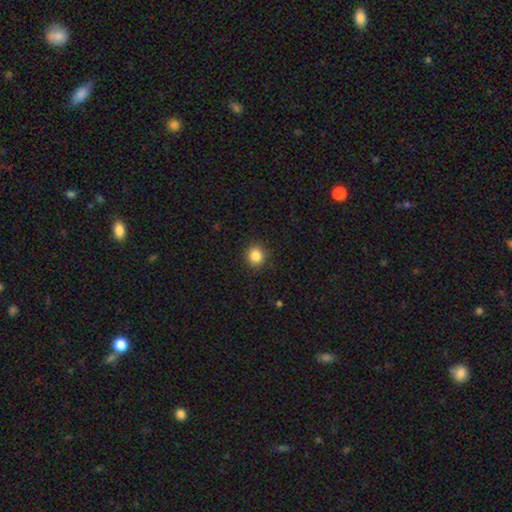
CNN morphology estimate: smooth-or-featured: smooth: 86% | star or artifact: 10% | featured or disk: 4%
  how-rounded: round: 87% | in between: 12% | cigar-shaped: 1%
  merging: none: 90% | minor disturbance: 7% | major disturbance: 2% | merger: 1%